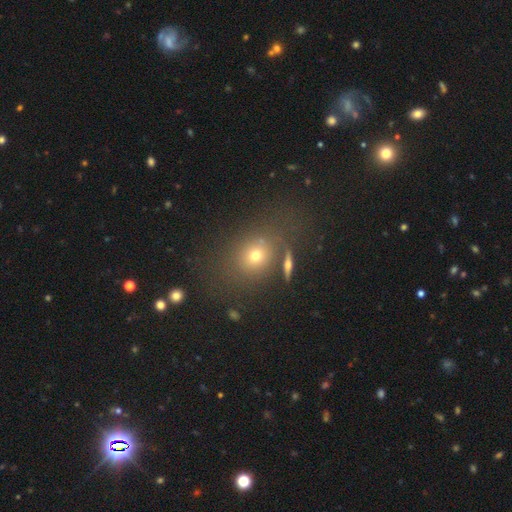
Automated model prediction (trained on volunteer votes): smooth_or_featured: smooth (p=0.64) [alt: star or artifact p=0.21]
how_rounded: round (p=0.58) [alt: in between p=0.40]
merging: none (p=0.69) [alt: minor disturbance p=0.13]